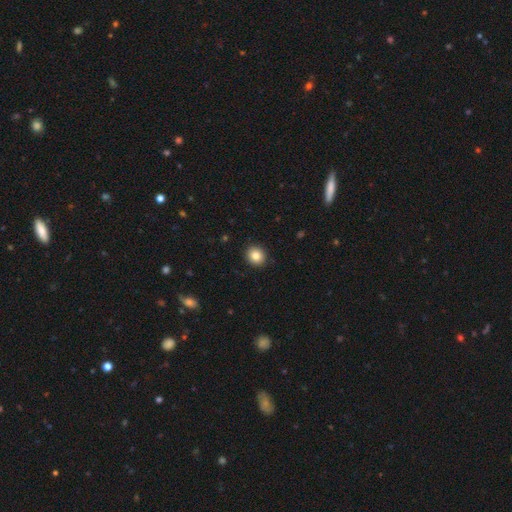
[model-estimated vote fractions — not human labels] Q: Smooth or featured?
A: smooth (85%); runner-up: star or artifact (9%)
Q: How rounded?
A: round (85%); runner-up: in between (14%)
Q: Merging?
A: none (92%); runner-up: minor disturbance (6%)